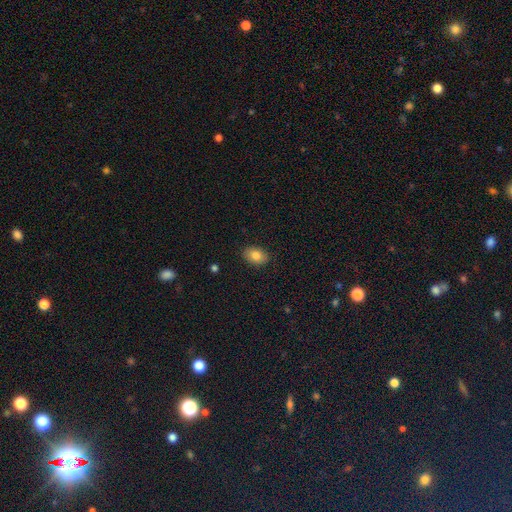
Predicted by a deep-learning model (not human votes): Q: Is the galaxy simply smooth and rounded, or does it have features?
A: smooth — 83%.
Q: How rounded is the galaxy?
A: in between — 82%.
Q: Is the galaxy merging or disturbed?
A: none — 89%.